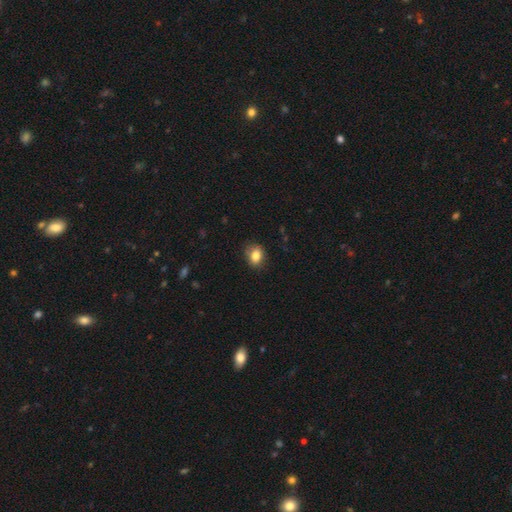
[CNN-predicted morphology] smooth-or-featured: smooth: 82% | star or artifact: 9% | featured or disk: 8%
  how-rounded: in between: 59% | round: 40% | cigar-shaped: 1%
  merging: none: 79% | minor disturbance: 17% | major disturbance: 3% | merger: 1%